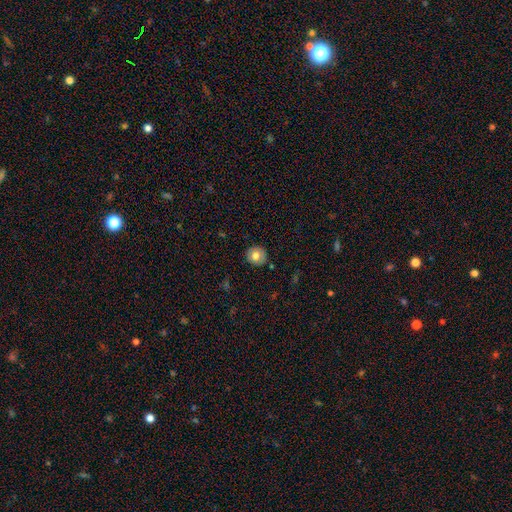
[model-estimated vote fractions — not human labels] Overall: smooth (74%). How rounded: round (87%). Merging: none (89%).